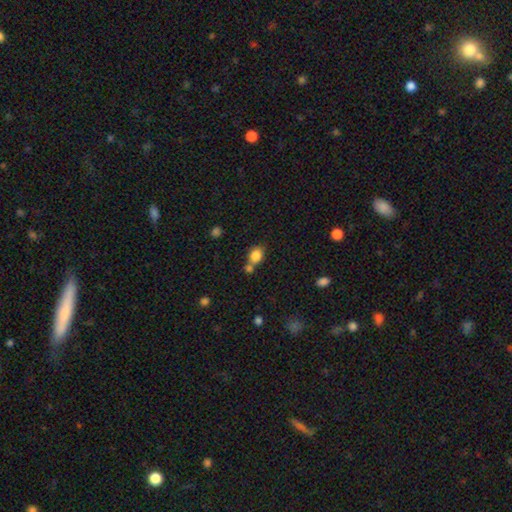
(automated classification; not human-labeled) A smooth galaxy with no disk features (83%) that is round (56%).

Vote fractions:
- Smooth or featured? smooth: 83% / star or artifact: 10% / featured or disk: 7%
- How rounded? round: 56% / in between: 43% / cigar-shaped: 1%
- Merging? none: 45% / merger: 38% / minor disturbance: 12% / major disturbance: 5%